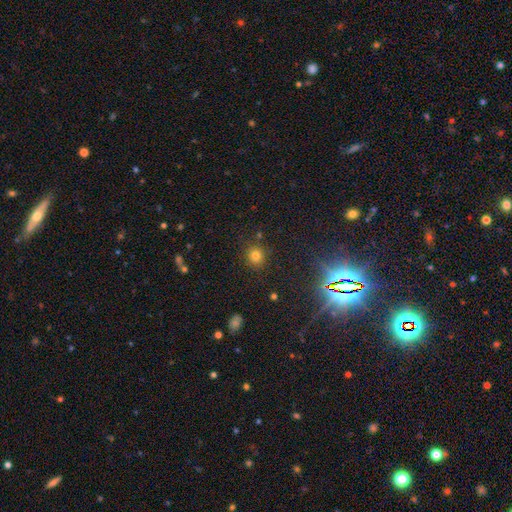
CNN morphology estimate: smooth_or_featured: smooth (p=0.76) [alt: star or artifact p=0.17]
how_rounded: round (p=0.88) [alt: in between p=0.11]
merging: none (p=0.86) [alt: minor disturbance p=0.09]